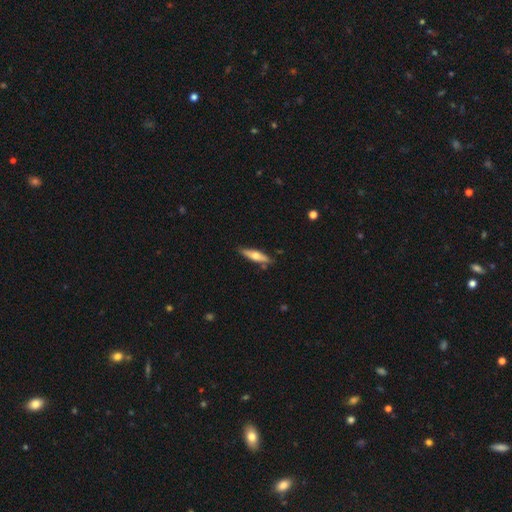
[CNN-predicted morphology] type=smooth (48%); merging=none (81%).